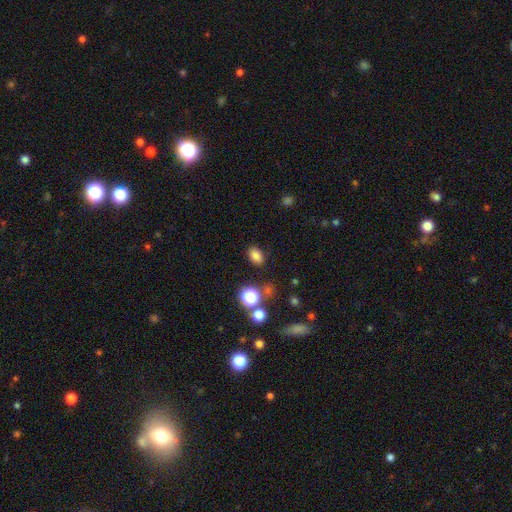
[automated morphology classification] Overall: smooth (81%). How rounded: in between (76%). Merging: none (84%).